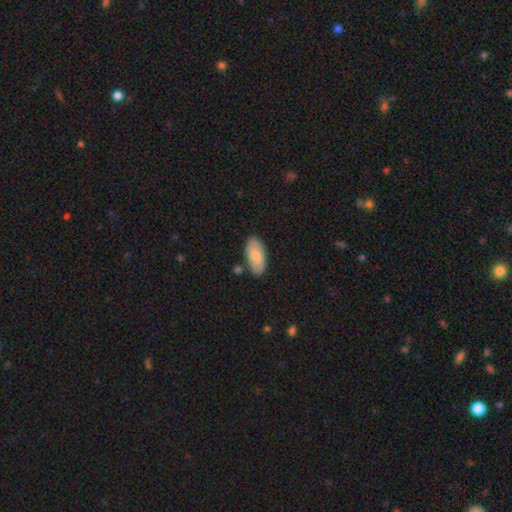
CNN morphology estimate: Smooth or featured? smooth (79%)
How rounded? in between (93%)
Merging? none (81%)